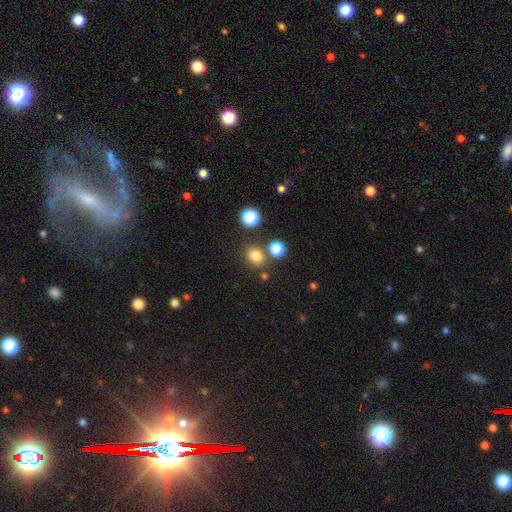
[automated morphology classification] smooth_or_featured: smooth (p=0.79) [alt: star or artifact p=0.16]
how_rounded: round (p=0.70) [alt: in between p=0.29]
merging: none (p=0.74) [alt: merger p=0.13]